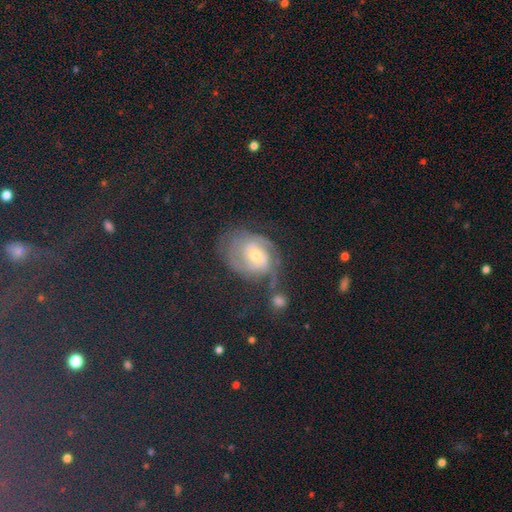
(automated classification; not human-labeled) This is possibly a featured or disk galaxy (46%). Merging: possibly none (59%).